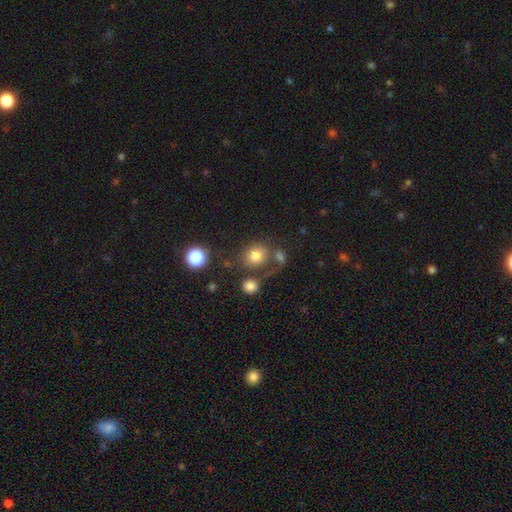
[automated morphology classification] Smooth or featured?
  - smooth: 76% *
  - star or artifact: 13%
  - featured or disk: 10%
How rounded?
  - round: 71% *
  - in between: 28%
  - cigar-shaped: 1%
Merging?
  - none: 59% *
  - merger: 18%
  - minor disturbance: 14%
  - major disturbance: 9%